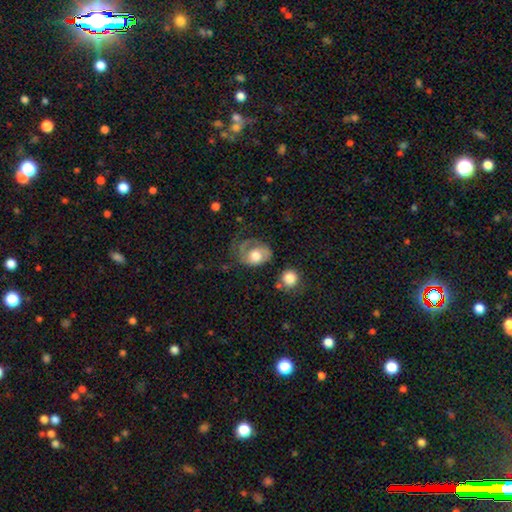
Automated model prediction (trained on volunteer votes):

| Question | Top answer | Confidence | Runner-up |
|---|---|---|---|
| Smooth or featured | smooth | 47% | featured or disk (46%) |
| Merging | major disturbance | 40% | none (30%) |